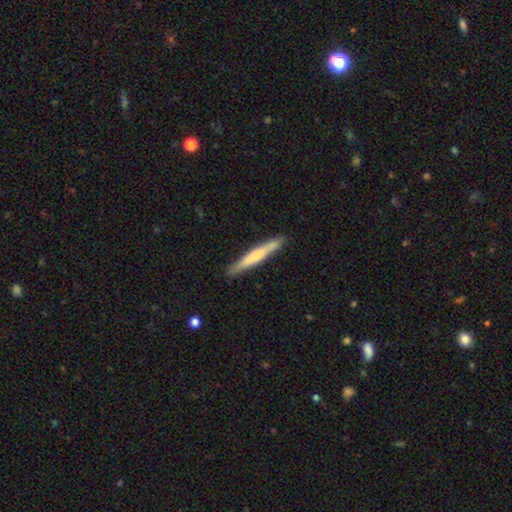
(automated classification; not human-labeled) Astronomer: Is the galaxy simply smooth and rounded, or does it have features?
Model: smooth — 58% (runner-up: featured or disk, 37%).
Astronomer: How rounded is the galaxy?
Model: cigar-shaped — 95%.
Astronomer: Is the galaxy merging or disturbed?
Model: none — 88%.